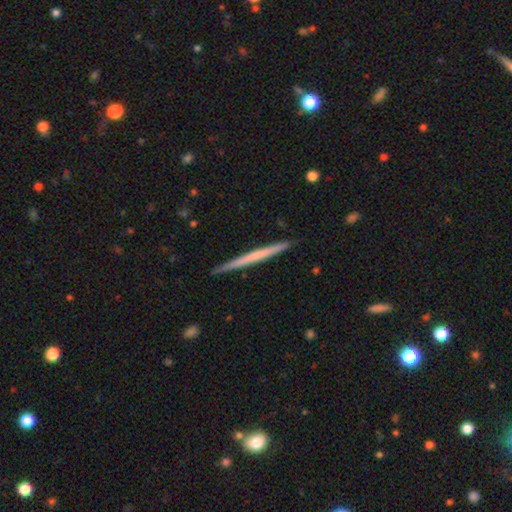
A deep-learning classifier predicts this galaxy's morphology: smooth_or_featured: featured or disk (p=0.49) [alt: smooth p=0.46]
merging: none (p=0.91) [alt: minor disturbance p=0.06]